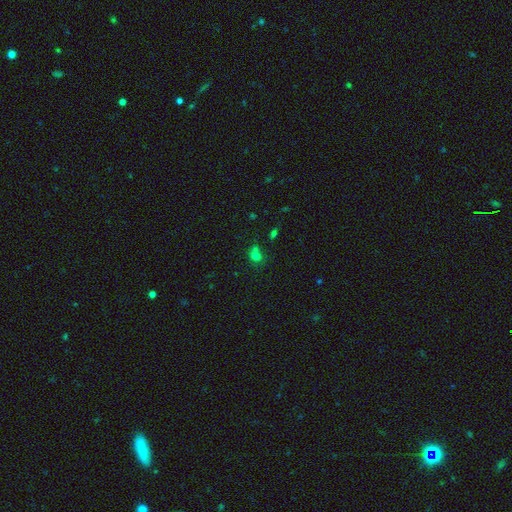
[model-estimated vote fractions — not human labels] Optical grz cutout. It shows a smooth galaxy with no disk features (68%) that is round (75%). Merging: none (47%).